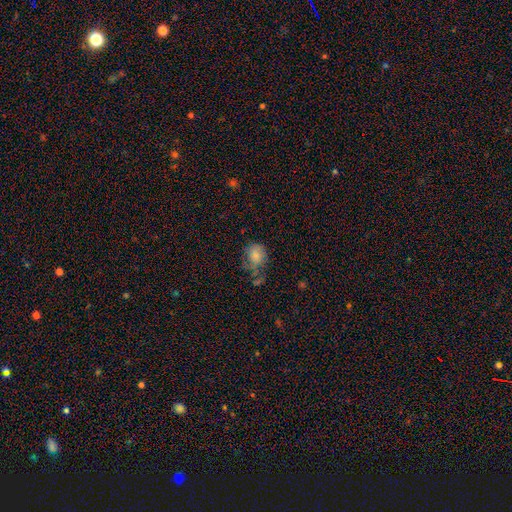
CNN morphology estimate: A smooth galaxy with no disk features (76%) that is round (58%). Merging: none (40%).